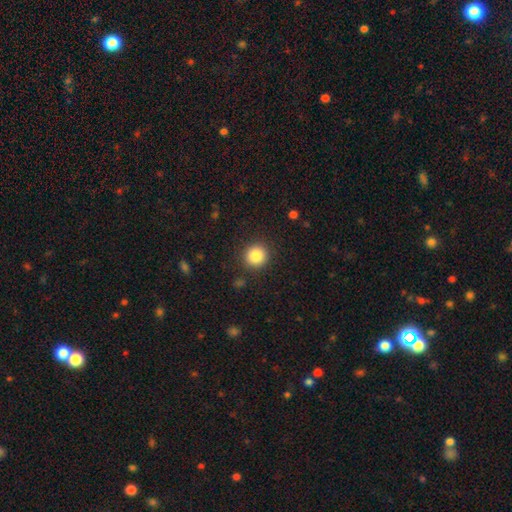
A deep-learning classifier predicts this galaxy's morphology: smooth 86%, star or artifact 10%, featured or disk 5%. Down the decision tree: how rounded — round (90%); merging — none (89%).